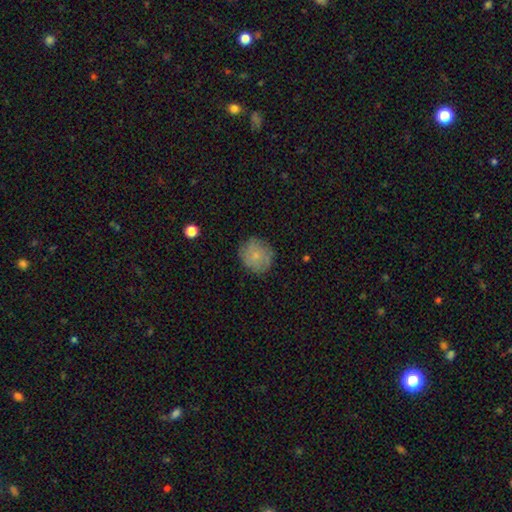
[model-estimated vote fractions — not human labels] Smooth or featured? smooth (69%)
How rounded? round (85%)
Merging? none (79%)